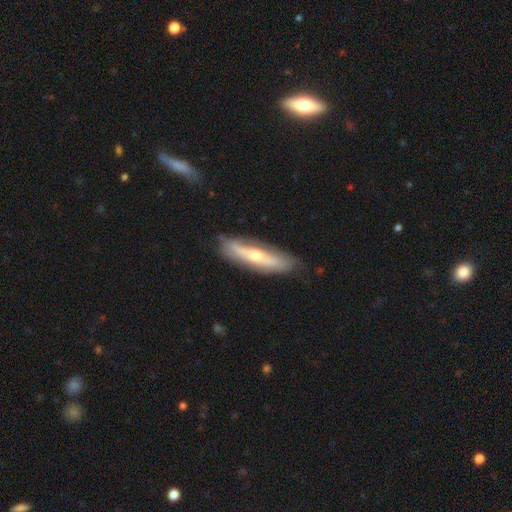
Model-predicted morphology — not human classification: Smooth or featured: featured or disk — 58% (smooth — 36%)
Edge-on disk: yes — 52% (no — 48%)
Merging: none — 76% (minor disturbance — 17%)